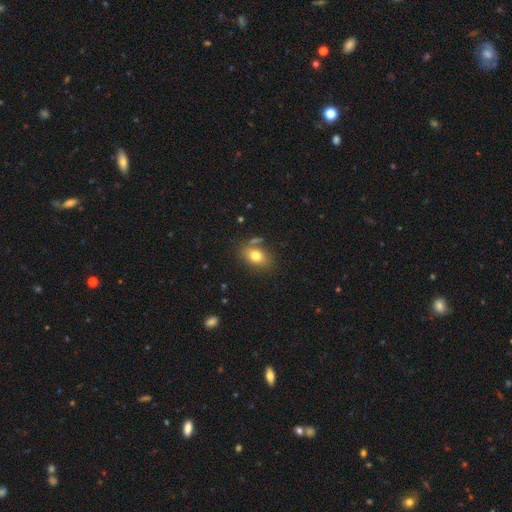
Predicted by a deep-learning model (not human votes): smooth 77%, featured or disk 14%, star or artifact 10%. Down the decision tree: how rounded — in between (81%); merging — none (71%).